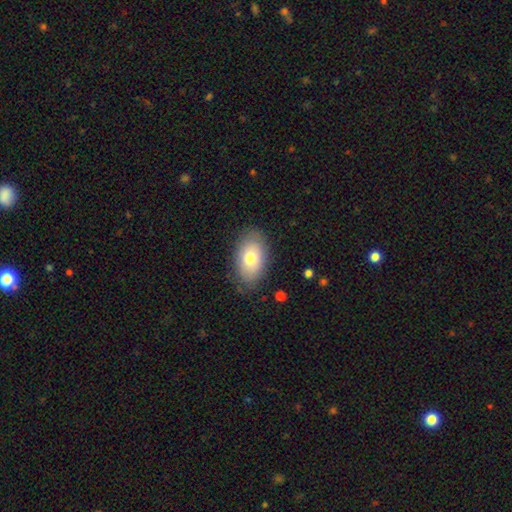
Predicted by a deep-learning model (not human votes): The model was most divided on "smooth or featured": smooth: 73%, featured or disk: 20%, star or artifact: 8%. More confident: how rounded — in between (91%); merging — none (84%).